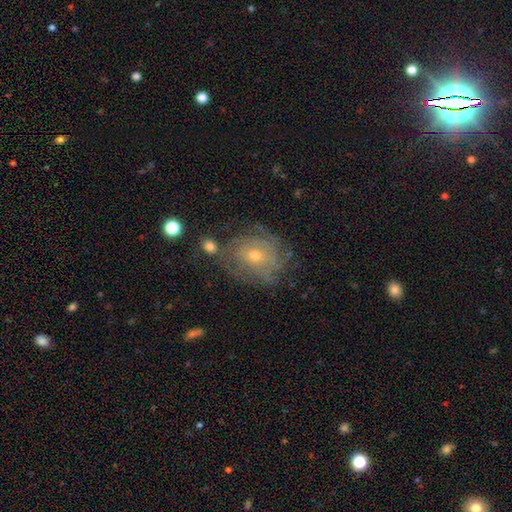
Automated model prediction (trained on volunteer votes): Q: Smooth or featured?
A: featured or disk (68%); runner-up: smooth (23%)
Q: Edge-on disk?
A: no (96%); runner-up: yes (4%)
Q: Bar?
A: no (74%); runner-up: weak (22%)
Q: Spiral arms?
A: yes (77%); runner-up: no (23%)
Q: Spiral winding?
A: tight (67%); runner-up: medium (24%)
Q: Spiral arm count?
A: can't tell (61%); runner-up: 3 (10%)
Q: Bulge size?
A: small (52%); runner-up: moderate (45%)
Q: Merging?
A: none (59%); runner-up: minor disturbance (22%)